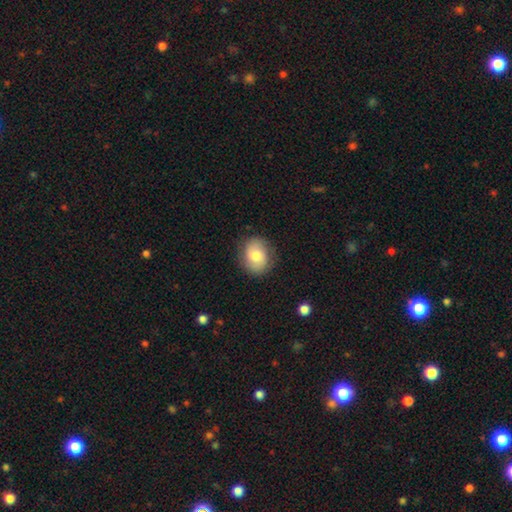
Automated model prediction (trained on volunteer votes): Smooth or featured: smooth — 71% (featured or disk — 21%)
How rounded: round — 57% (in between — 42%)
Merging: none — 82% (minor disturbance — 13%)